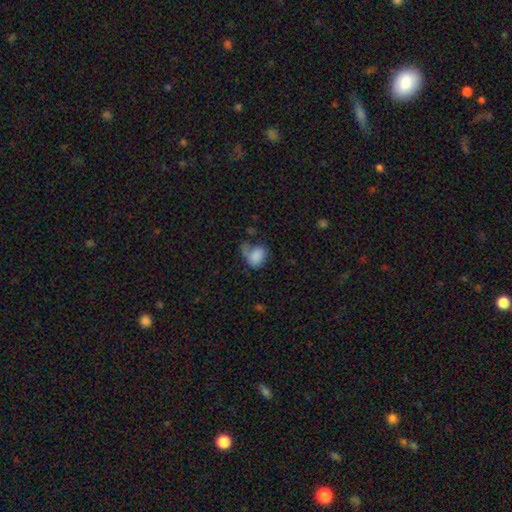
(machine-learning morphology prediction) Overall: smooth (78%). How rounded: in between (66%; round 33%). Merging: none (31%, tied with major disturbance).